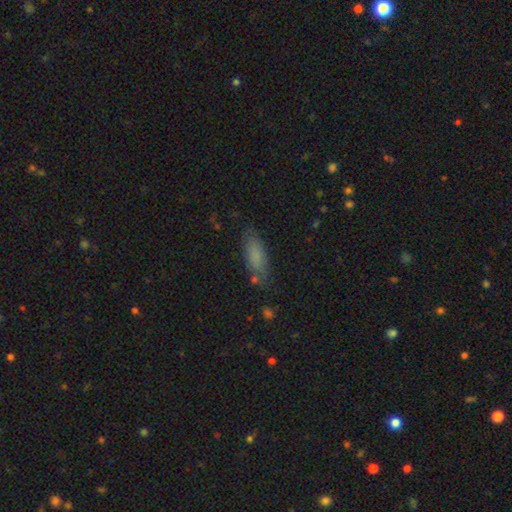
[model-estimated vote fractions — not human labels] Q: Smooth or featured?
A: smooth (82%); runner-up: featured or disk (10%)
Q: How rounded?
A: in between (68%); runner-up: cigar-shaped (30%)
Q: Merging?
A: none (75%); runner-up: minor disturbance (17%)